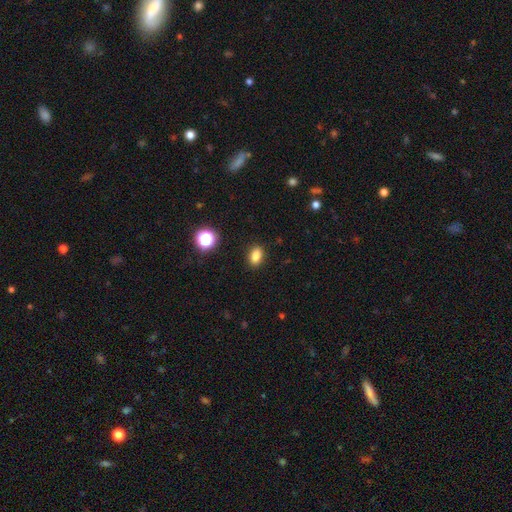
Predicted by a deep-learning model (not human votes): Smooth or featured: smooth — 84% (star or artifact — 12%)
How rounded: in between — 83% (round — 15%)
Merging: none — 88% (minor disturbance — 8%)